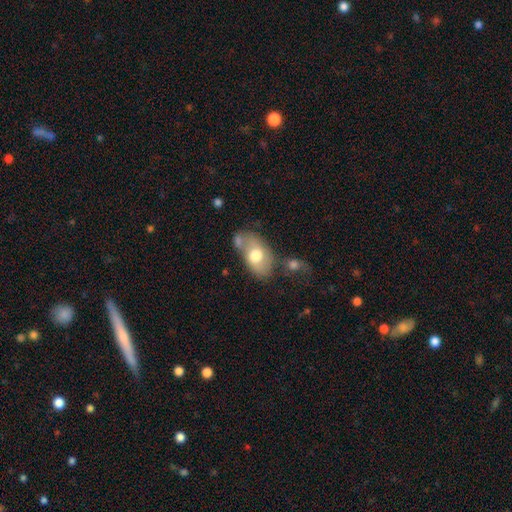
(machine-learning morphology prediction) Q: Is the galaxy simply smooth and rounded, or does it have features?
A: smooth — 64%.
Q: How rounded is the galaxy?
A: in between — 89%.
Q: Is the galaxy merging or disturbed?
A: none — 47%.